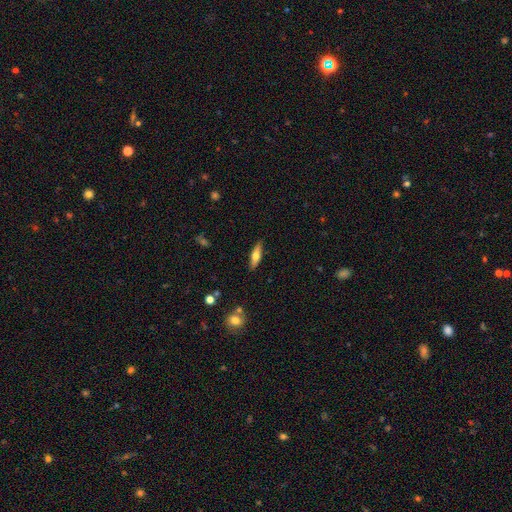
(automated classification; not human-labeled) Smooth or featured?
  - smooth: 47% *
  - featured or disk: 46%
  - star or artifact: 6%
Merging?
  - none: 87% *
  - minor disturbance: 9%
  - major disturbance: 2%
  - merger: 1%